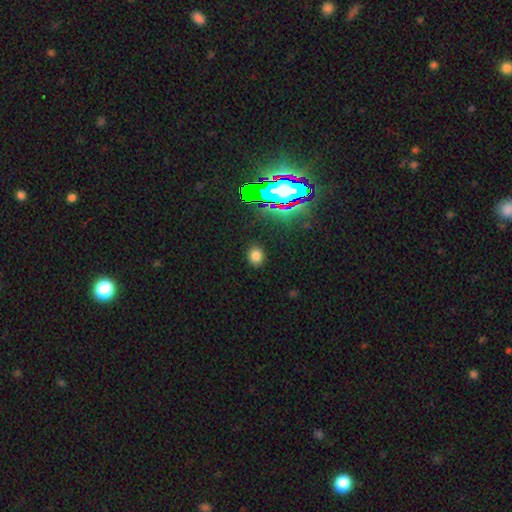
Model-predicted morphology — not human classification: A smooth galaxy with no disk features (75%) that is round (58%).

Vote fractions:
- Smooth or featured? smooth: 75% / star or artifact: 19% / featured or disk: 6%
- How rounded? round: 58% / in between: 40% / cigar-shaped: 1%
- Merging? none: 87% / minor disturbance: 8% / major disturbance: 3% / merger: 1%